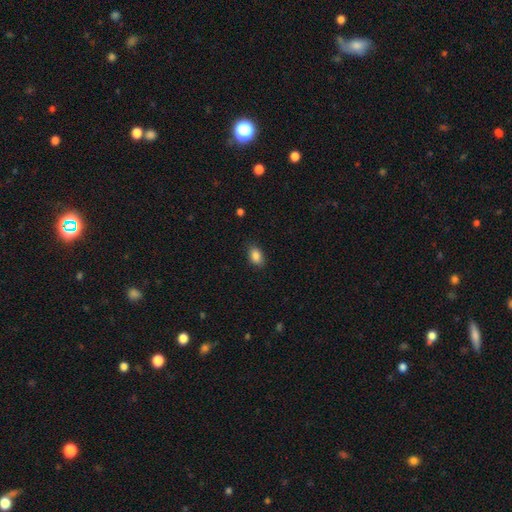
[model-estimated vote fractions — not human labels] This is clearly a smooth galaxy (87%). How rounded: clearly in between (85%). Merging: clearly none (85%).